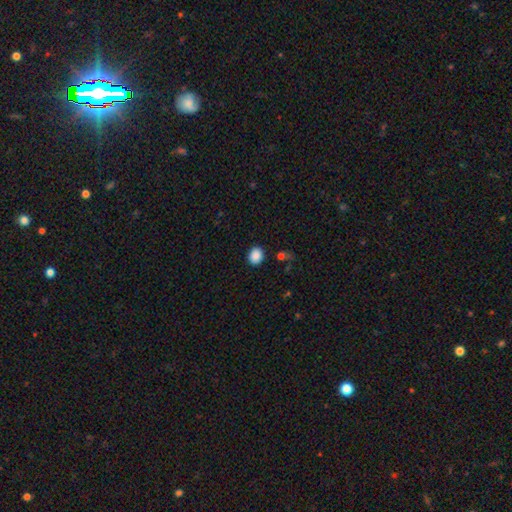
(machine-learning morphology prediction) type=smooth (88%); roundness=round (67%); merging=none (89%).